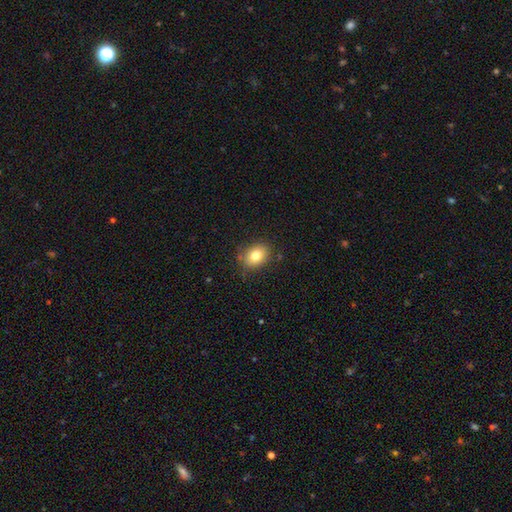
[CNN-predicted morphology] Smooth or featured?
  - smooth: 79% *
  - featured or disk: 10%
  - star or artifact: 10%
How rounded?
  - in between: 57% *
  - round: 42%
  - cigar-shaped: 1%
Merging?
  - none: 82% *
  - minor disturbance: 13%
  - major disturbance: 3%
  - merger: 2%